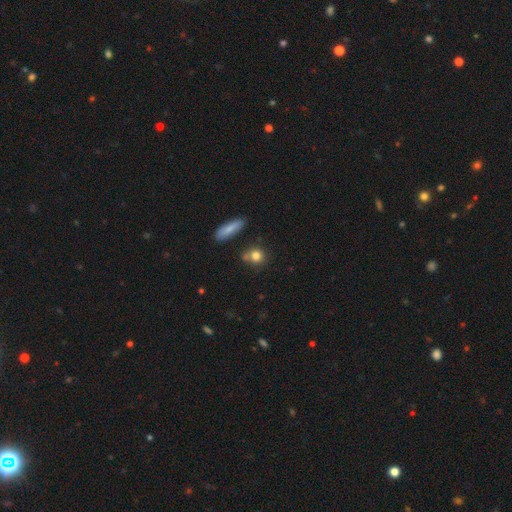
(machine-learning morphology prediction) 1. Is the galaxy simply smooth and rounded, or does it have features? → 80% smooth, 10% star or artifact, 9% featured or disk.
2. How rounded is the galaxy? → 72% round, 22% in between, 5% cigar-shaped.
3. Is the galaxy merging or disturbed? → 66% none, 17% minor disturbance, 12% merger, 5% major disturbance.